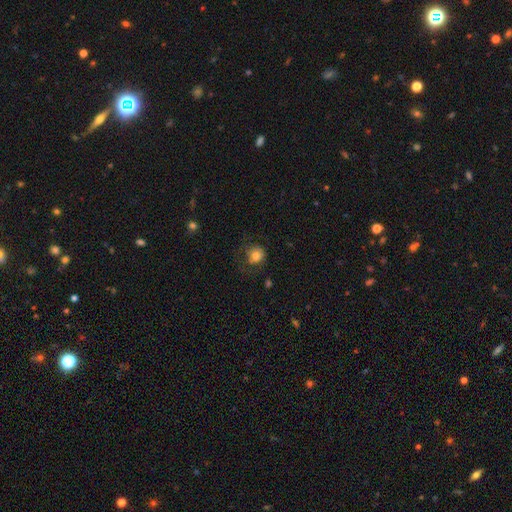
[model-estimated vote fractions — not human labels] smooth-or-featured: smooth: 75% | featured or disk: 16% | star or artifact: 10%
  how-rounded: round: 80% | in between: 19% | cigar-shaped: 1%
  merging: none: 56% | minor disturbance: 22% | major disturbance: 20% | merger: 2%